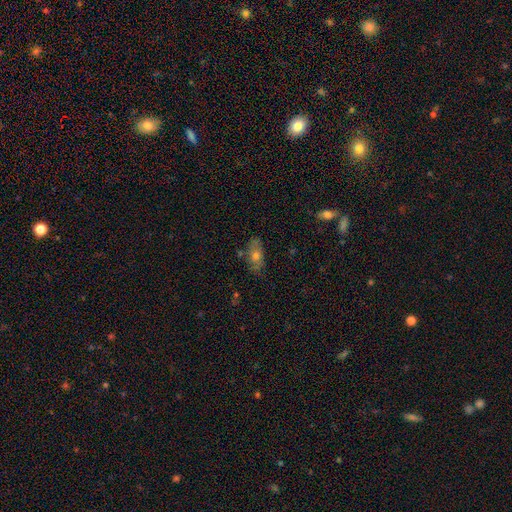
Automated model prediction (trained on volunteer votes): Overall: smooth (55%; featured or disk 33%). How rounded: in between (81%). Merging: none (75%).